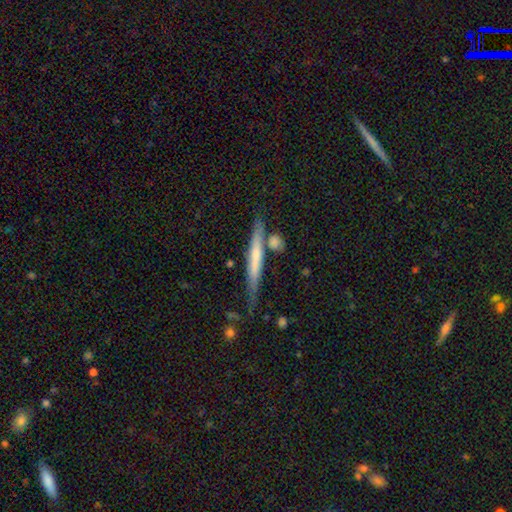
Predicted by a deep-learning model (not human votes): Q: Smooth or featured?
A: featured or disk (53%); runner-up: smooth (40%)
Q: Edge-on disk?
A: yes (93%); runner-up: no (7%)
Q: Merging?
A: none (69%); runner-up: minor disturbance (17%)